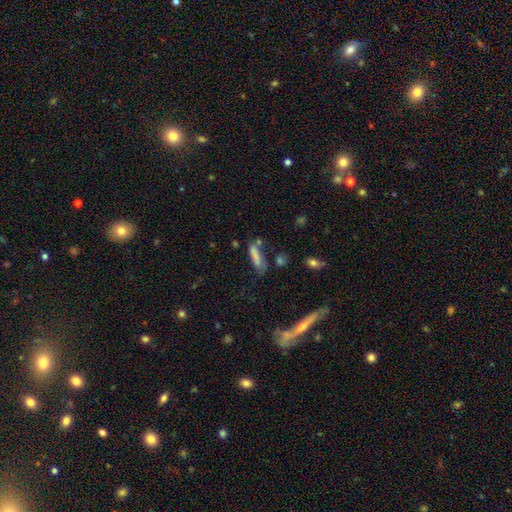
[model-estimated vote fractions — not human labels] A smooth galaxy with no disk features (75%) that is cigar-shaped (71%). Merging: none (49%).